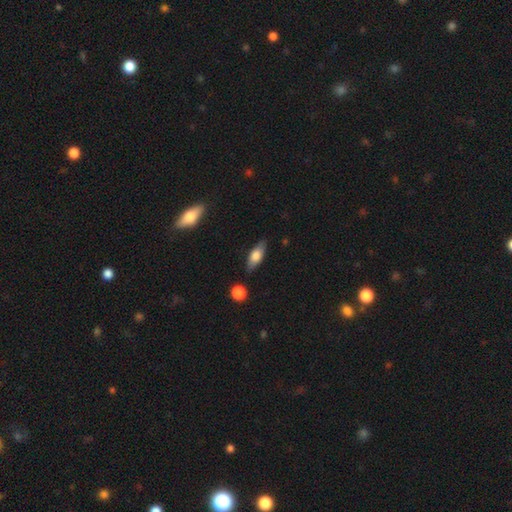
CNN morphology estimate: smooth 66%, featured or disk 28%, star or artifact 7%. Down the decision tree: how rounded — in between (73%); merging — none (83%).